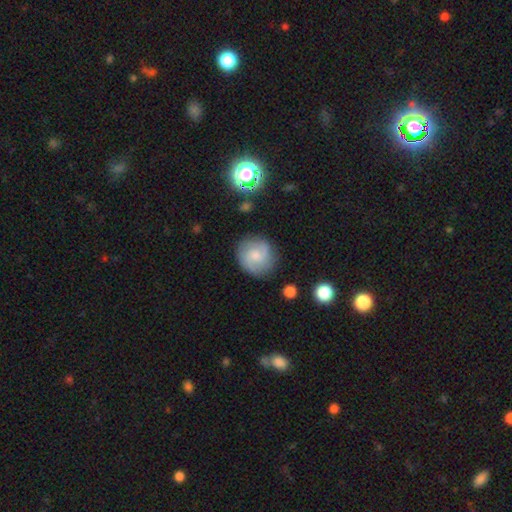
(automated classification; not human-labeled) Smooth or featured? featured or disk (52%)
Edge-on disk? no (97%)
Bar? no (61%)
Spiral arms? yes (88%)
Bulge size? moderate (42%)
Merging? none (79%)